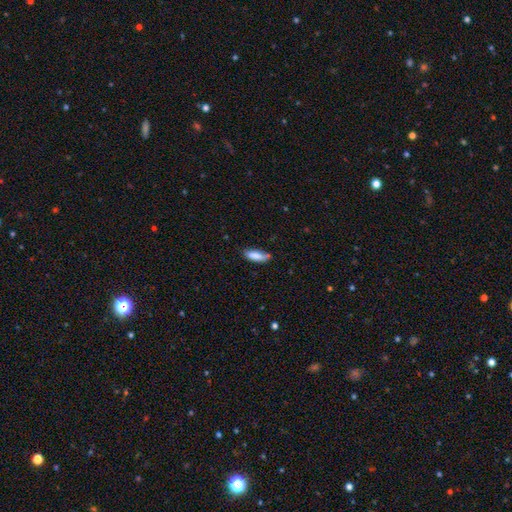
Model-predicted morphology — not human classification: A smooth galaxy with no disk features (85%) that is in between round and cigar-shaped (62%).

Vote fractions:
- Smooth or featured? smooth: 85% / featured or disk: 9% / star or artifact: 7%
- How rounded? in between: 62% / cigar-shaped: 36% / round: 2%
- Merging? none: 66% / minor disturbance: 27% / major disturbance: 4% / merger: 3%